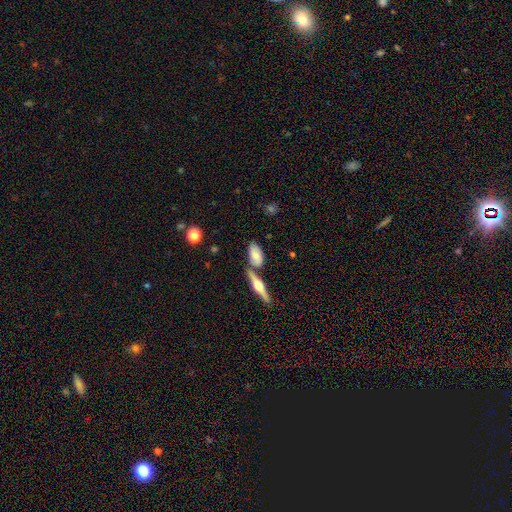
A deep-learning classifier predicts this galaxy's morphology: smooth 60%, featured or disk 33%, star or artifact 7%. Down the decision tree: how rounded — in between (85%); merging — none (61%).